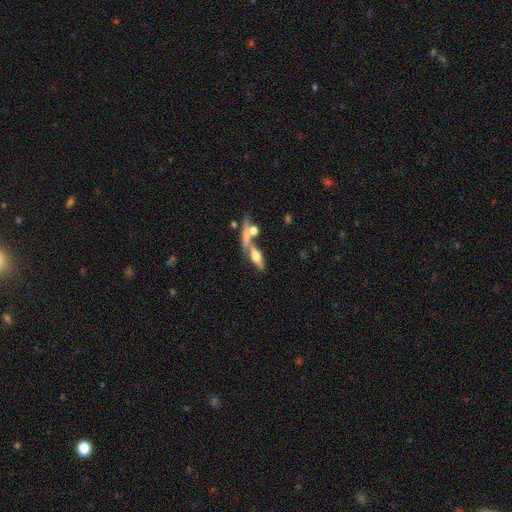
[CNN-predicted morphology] Overall: featured or disk (49%; smooth 42%). Merging: none (45%; merger 36%).